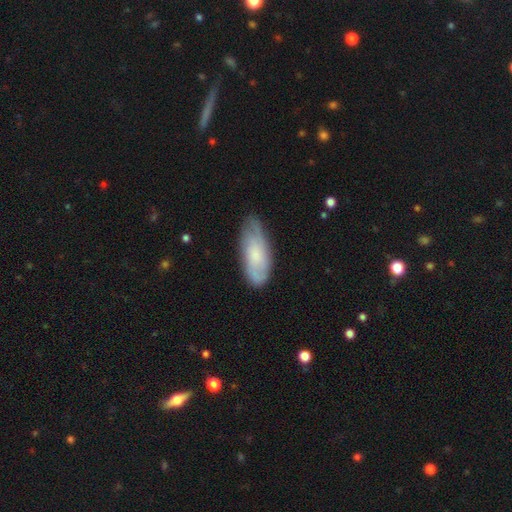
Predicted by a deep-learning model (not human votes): Smooth or featured? smooth (52%)
How rounded? in between (78%)
Merging? none (72%)